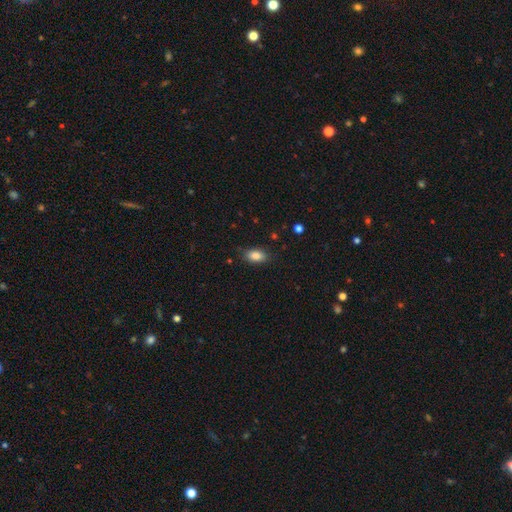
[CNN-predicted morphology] smooth 85%, star or artifact 8%, featured or disk 7%. Down the decision tree: how rounded — in between (89%); merging — none (82%).